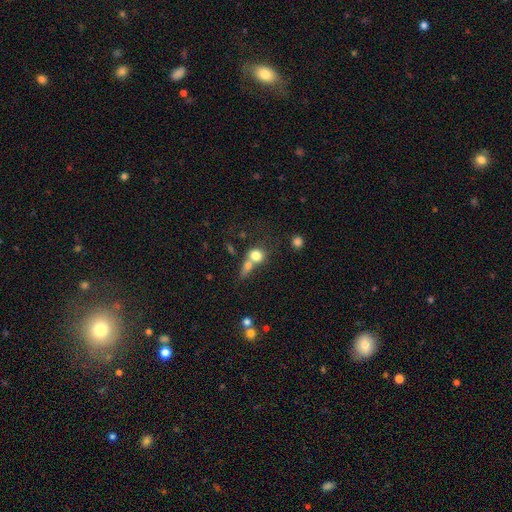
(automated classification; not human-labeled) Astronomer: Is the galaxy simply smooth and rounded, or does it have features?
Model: smooth — 74%.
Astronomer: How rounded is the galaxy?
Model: round — 71%.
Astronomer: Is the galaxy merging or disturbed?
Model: merger — 58%.